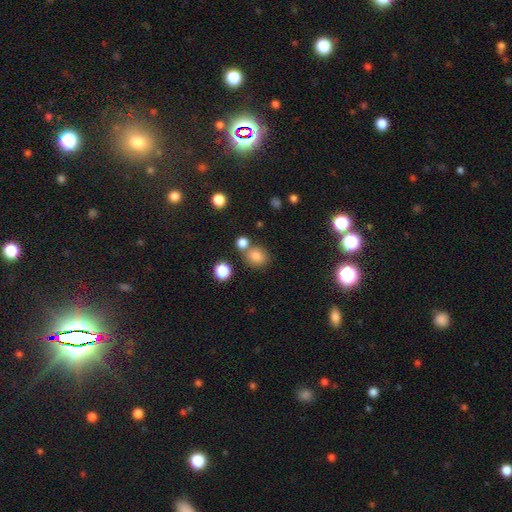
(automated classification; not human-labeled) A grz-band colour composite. It shows a smooth galaxy with no disk features (81%) that is round (72%). Merging: none (66%).